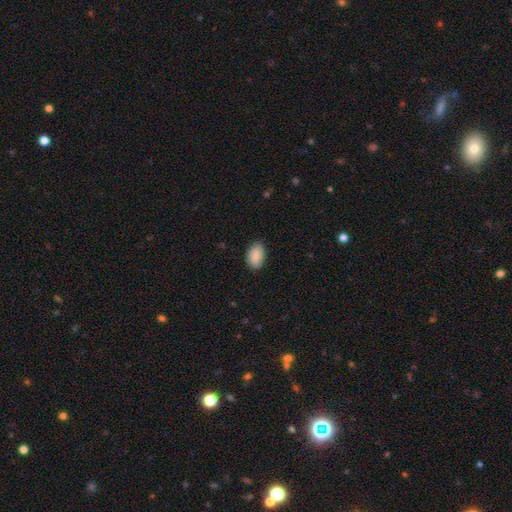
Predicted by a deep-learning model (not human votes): The model was most divided on "merging": none: 81%, minor disturbance: 15%, major disturbance: 3%, merger: 1%. More confident: how rounded — in between (91%); smooth or featured — smooth (89%).